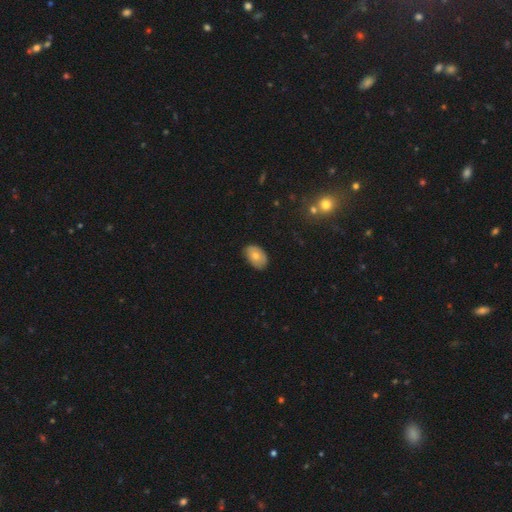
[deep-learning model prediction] Morphology: type=smooth (74%); roundness=in between (87%); merging=none (76%).